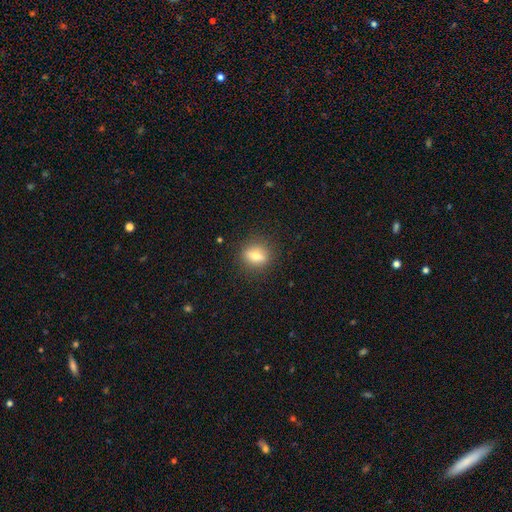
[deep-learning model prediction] A smooth galaxy with no disk features (60%) that is round (60%). Merging: none (87%).